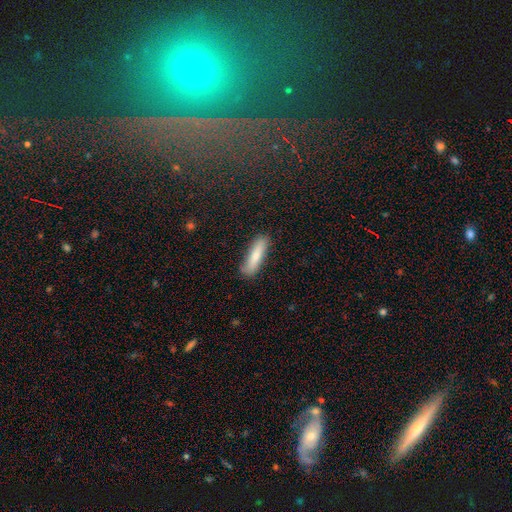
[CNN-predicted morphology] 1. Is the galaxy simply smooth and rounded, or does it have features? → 79% smooth, 15% featured or disk, 6% star or artifact.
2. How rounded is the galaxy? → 74% cigar-shaped, 24% in between, 1% round.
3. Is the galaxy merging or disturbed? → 81% none, 15% minor disturbance, 3% major disturbance, 2% merger.